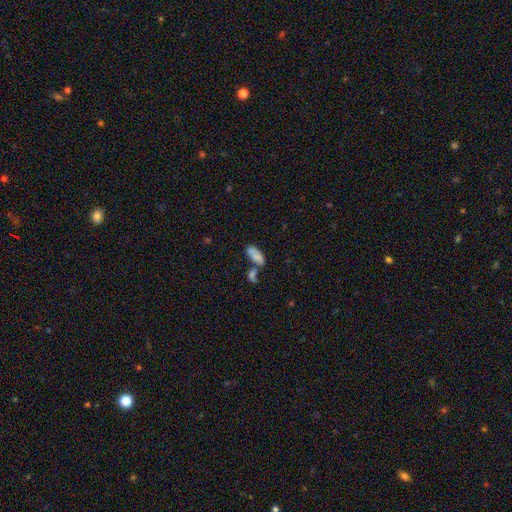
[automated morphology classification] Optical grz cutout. It shows a smooth galaxy with no disk features (70%) that is in between round and cigar-shaped (85%). Merging: merger (44%).